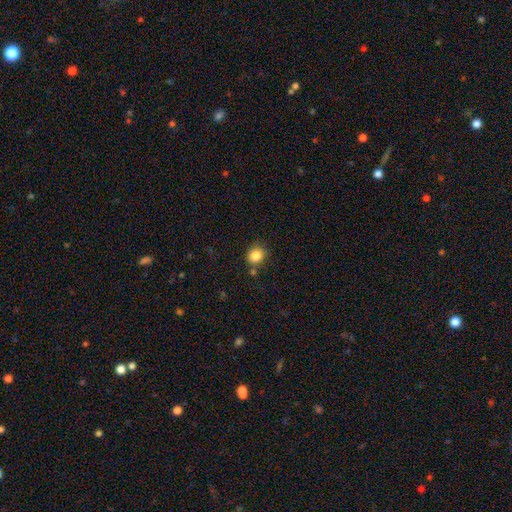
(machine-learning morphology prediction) The model was most divided on "how rounded": round: 79%, in between: 20%, cigar-shaped: 1%. More confident: smooth or featured — smooth (84%); merging — none (76%).